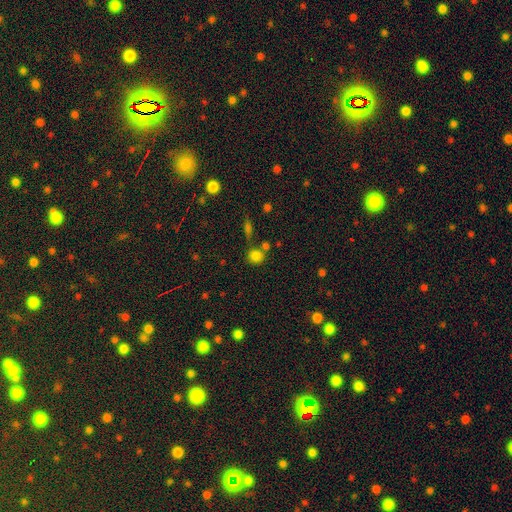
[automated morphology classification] This appears to be a smooth galaxy with no disk features (79%) that is round (83%). Merging: none (64%).